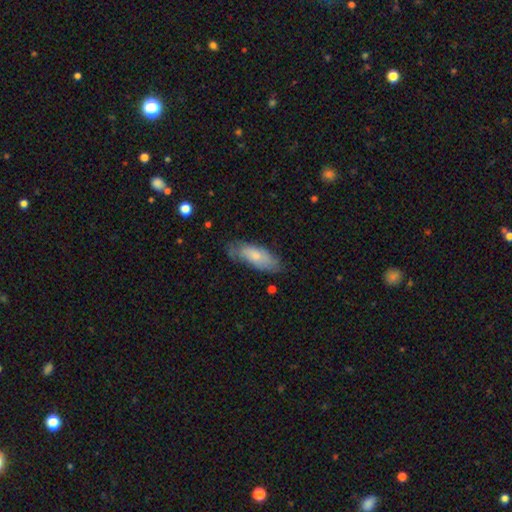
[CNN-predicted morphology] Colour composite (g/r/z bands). It shows a smooth galaxy with no disk features (68%) that is in between round and cigar-shaped (72%). Merging: none (62%).